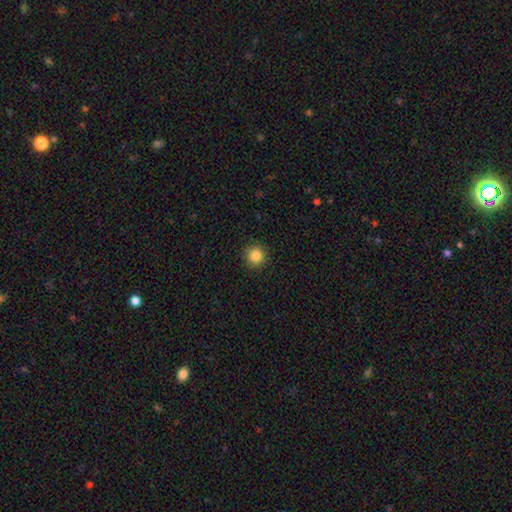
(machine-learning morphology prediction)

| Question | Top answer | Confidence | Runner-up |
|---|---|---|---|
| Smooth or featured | smooth | 86% | star or artifact (11%) |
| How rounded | round | 95% | in between (4%) |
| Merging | none | 92% | minor disturbance (6%) |